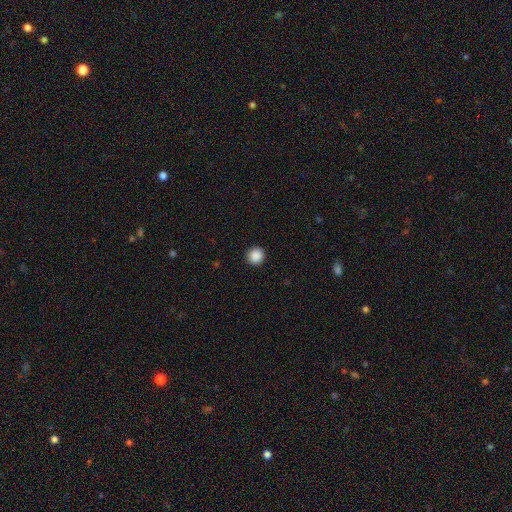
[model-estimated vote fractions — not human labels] Morphology: type=smooth (89%); roundness=round (94%); merging=none (93%).